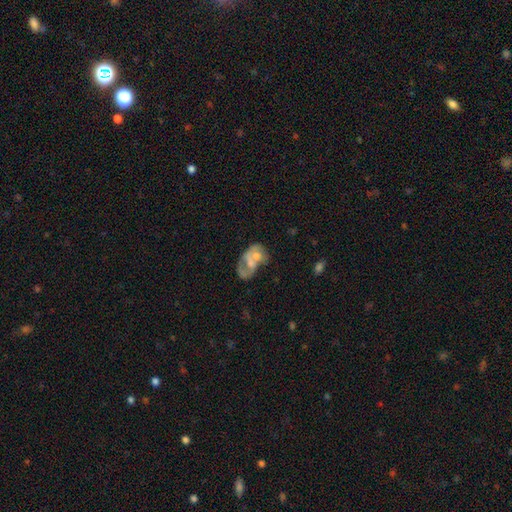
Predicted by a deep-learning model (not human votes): This is possibly a featured or disk galaxy (55%). It is clearly not viewed edge-on (97%). Bar: likely no (78%). Spiral arm pattern: likely no (62%). Central bulge: marginally moderate (45%). Merging: possibly merger (53%).